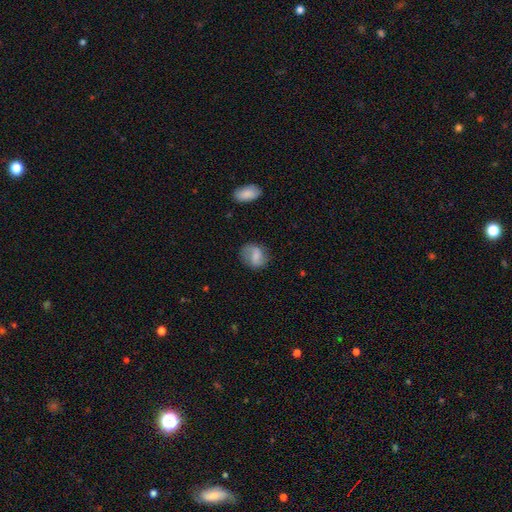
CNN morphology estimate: Q: Smooth or featured?
A: smooth (57%); runner-up: featured or disk (35%)
Q: How rounded?
A: round (51%); runner-up: in between (47%)
Q: Merging?
A: none (67%); runner-up: minor disturbance (22%)